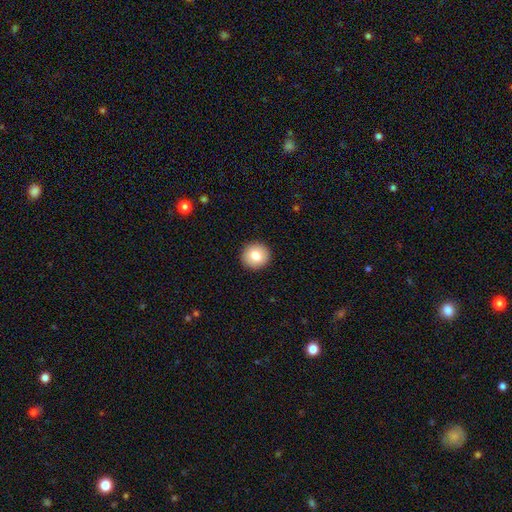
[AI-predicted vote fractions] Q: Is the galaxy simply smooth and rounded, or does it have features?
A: smooth — 80%.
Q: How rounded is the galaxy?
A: round — 94%.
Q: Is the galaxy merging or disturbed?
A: none — 93%.